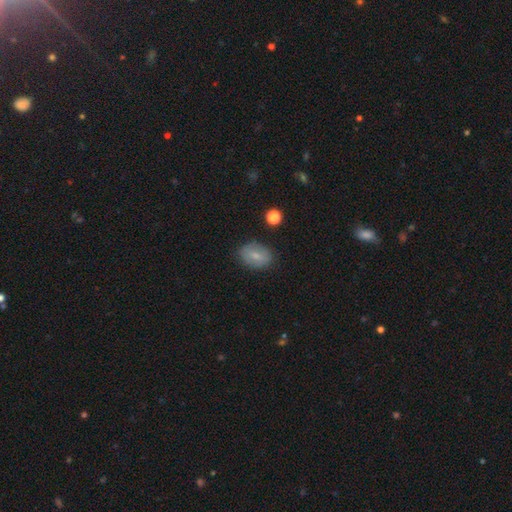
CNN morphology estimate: smooth 75%, featured or disk 16%, star or artifact 9%. Down the decision tree: how rounded — in between (79%); merging — none (82%).